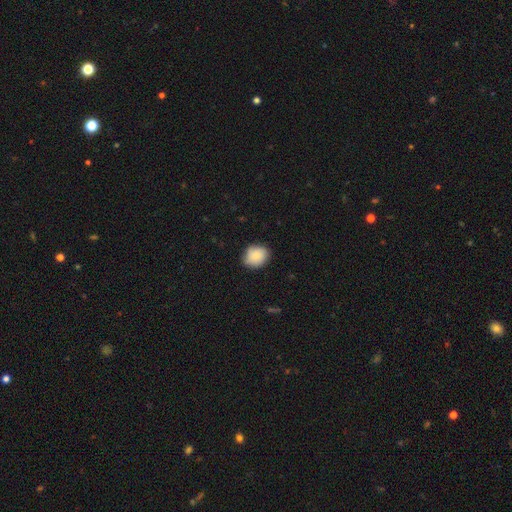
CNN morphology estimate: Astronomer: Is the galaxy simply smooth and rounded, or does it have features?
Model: smooth — 76%.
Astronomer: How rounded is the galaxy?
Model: round — 60% (runner-up: in between, 39%).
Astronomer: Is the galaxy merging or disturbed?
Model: none — 77%.